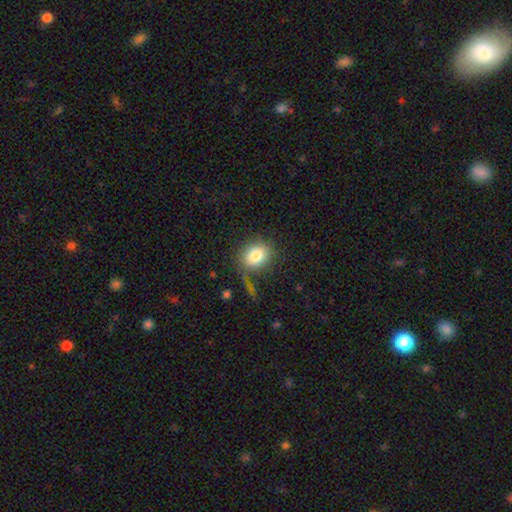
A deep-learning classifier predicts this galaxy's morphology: Smooth or featured? smooth (82%)
How rounded? round (51%)
Merging? none (70%)